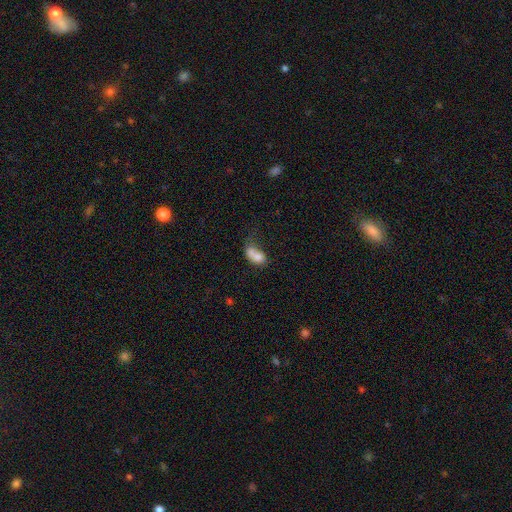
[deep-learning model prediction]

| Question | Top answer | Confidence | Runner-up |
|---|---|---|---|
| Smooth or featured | smooth | 70% | featured or disk (20%) |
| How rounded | in between | 76% | round (21%) |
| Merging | merger | 52% | major disturbance (18%) |